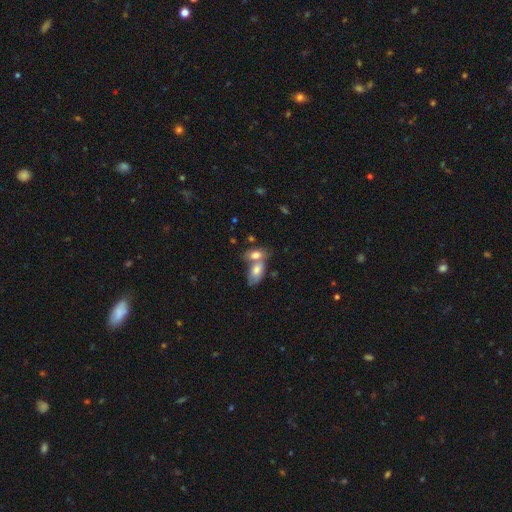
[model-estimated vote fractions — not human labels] Overall: smooth (75%). How rounded: in between (87%). Merging: merger (64%; none 24%).